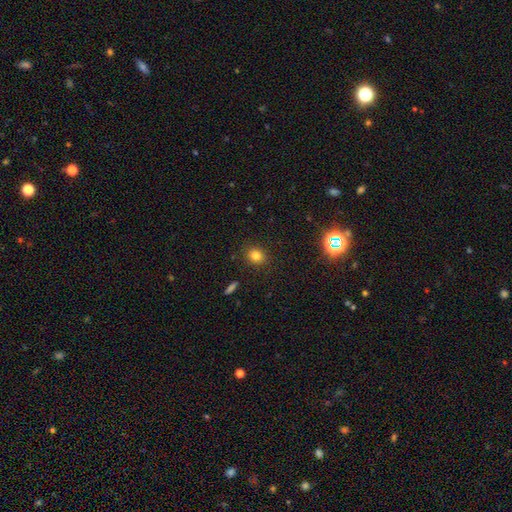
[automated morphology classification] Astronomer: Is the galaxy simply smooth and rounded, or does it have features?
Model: smooth — 79%.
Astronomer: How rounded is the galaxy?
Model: round — 66%.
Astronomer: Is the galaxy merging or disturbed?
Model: none — 89%.